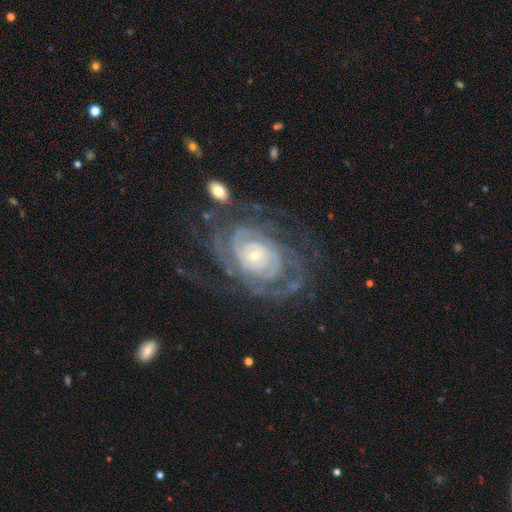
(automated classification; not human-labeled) Overall: featured or disk (91%). Edge-on disk: no (97%). Bar: no (66%). Spiral arms: yes (97%). Spiral arm count: 2 (34%; can't tell 26%). Spiral winding: tight (79%). Bulge size: small (69%). Merging: none (68%).